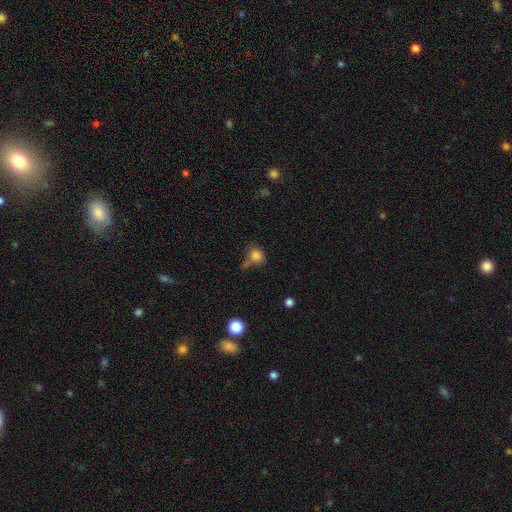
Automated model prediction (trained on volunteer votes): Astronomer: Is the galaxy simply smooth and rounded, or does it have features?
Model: smooth — 81%.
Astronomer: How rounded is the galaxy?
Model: round — 58% (runner-up: in between, 41%).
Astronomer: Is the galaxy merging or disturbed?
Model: none — 47% (runner-up: minor disturbance, 24%).